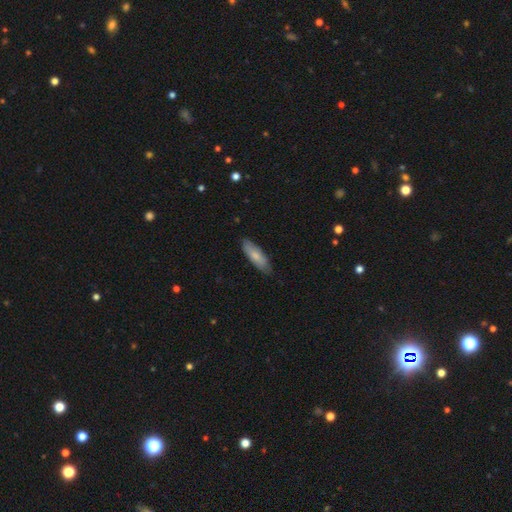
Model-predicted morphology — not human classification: Overall: smooth (77%). How rounded: in between (56%; cigar-shaped 42%). Merging: none (81%).